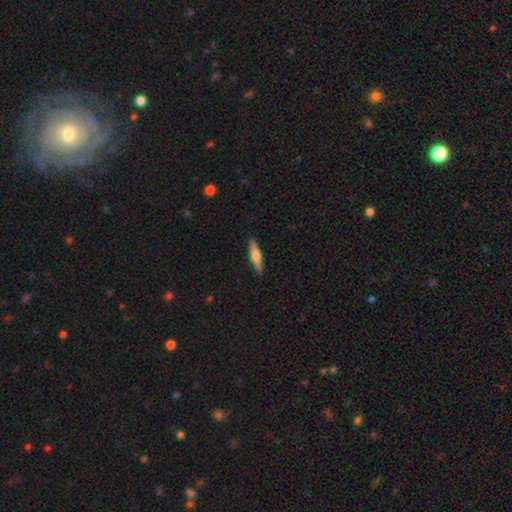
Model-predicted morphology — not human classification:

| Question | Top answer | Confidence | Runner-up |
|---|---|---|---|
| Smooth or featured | featured or disk | 53% | smooth (41%) |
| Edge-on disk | yes | 96% | no (4%) |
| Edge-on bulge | rounded | 90% | boxy (6%) |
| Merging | none | 91% | minor disturbance (7%) |